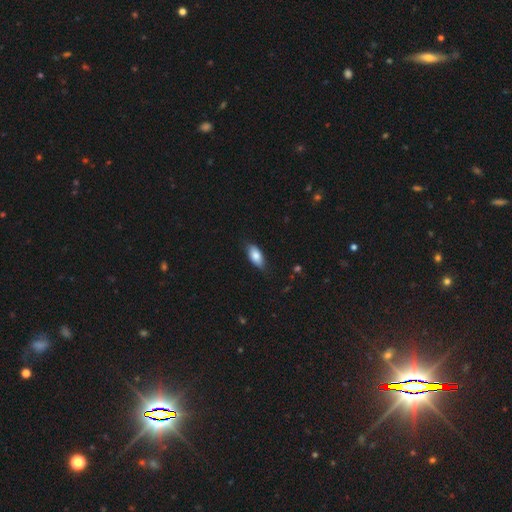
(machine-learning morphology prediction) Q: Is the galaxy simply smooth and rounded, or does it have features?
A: smooth — 81%.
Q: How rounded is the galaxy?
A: in between — 88%.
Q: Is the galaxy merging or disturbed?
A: none — 80%.